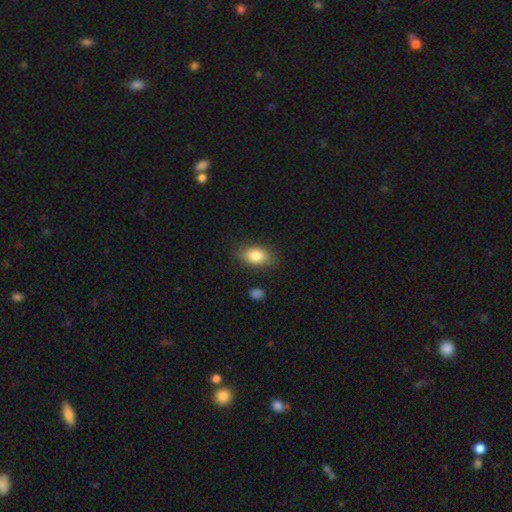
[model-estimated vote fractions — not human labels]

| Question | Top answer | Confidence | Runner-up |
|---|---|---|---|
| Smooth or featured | smooth | 85% | featured or disk (8%) |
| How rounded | in between | 89% | round (8%) |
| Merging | none | 80% | minor disturbance (14%) |